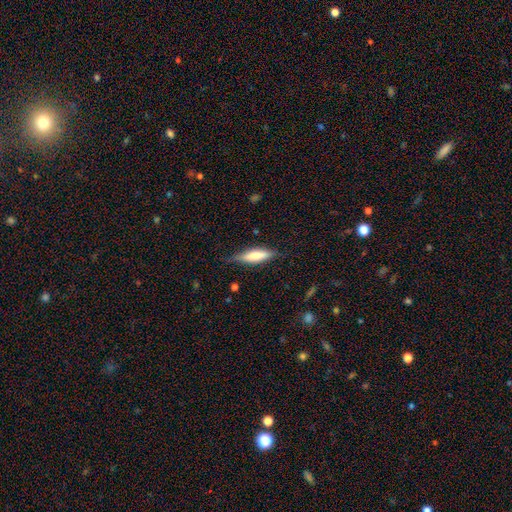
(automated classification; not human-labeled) Overall: smooth (58%; featured or disk 35%). How rounded: cigar-shaped (62%; in between 36%). Merging: none (75%).